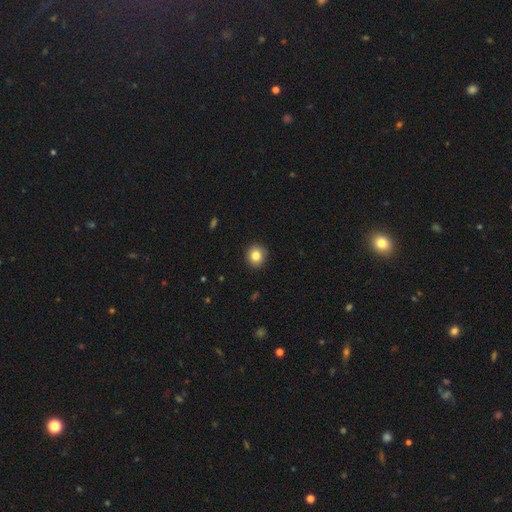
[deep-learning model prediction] Smooth or featured? smooth (83%)
How rounded? round (88%)
Merging? none (91%)